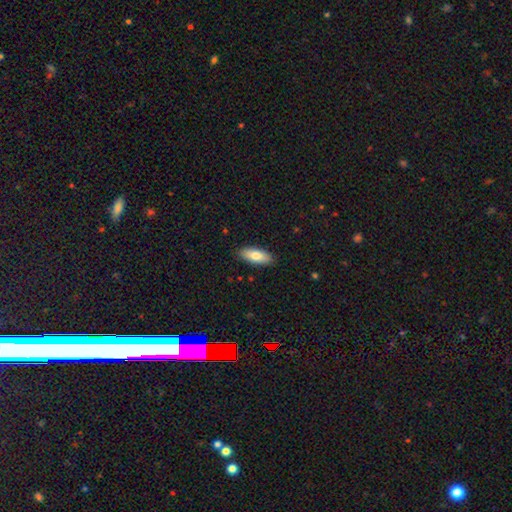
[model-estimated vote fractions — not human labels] Smooth or featured? Predicted: smooth (p=0.79). How rounded? Predicted: in between (p=0.78). Merging? Predicted: none (p=0.89).